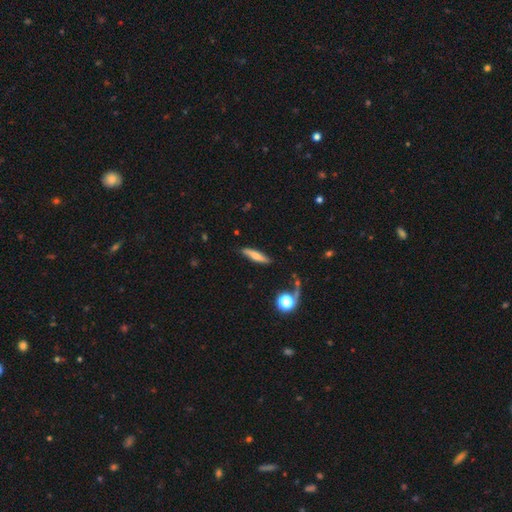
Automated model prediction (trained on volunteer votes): The model was most divided on "smooth or featured": smooth: 57%, featured or disk: 35%, star or artifact: 8%. More confident: merging — none (82%); how rounded — cigar-shaped (79%).